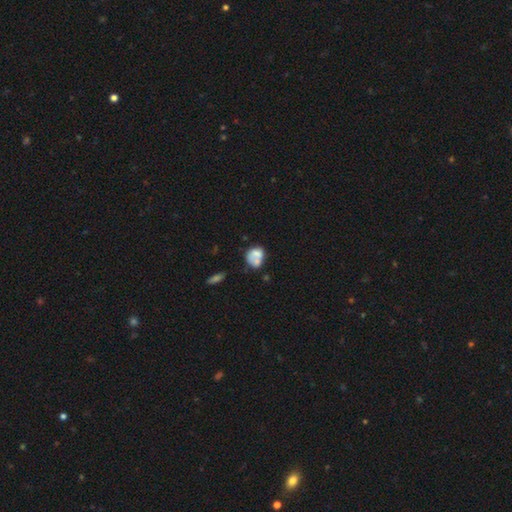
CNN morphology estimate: This is likely a smooth galaxy (63%). How rounded: possibly round (53%). Merging: marginally merger (39%).